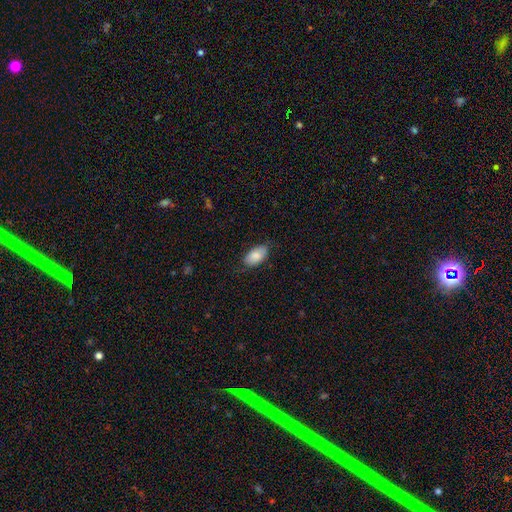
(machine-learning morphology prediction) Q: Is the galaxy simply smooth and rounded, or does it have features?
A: smooth — 86%.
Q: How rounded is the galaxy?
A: in between — 94%.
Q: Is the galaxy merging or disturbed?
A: none — 76%.